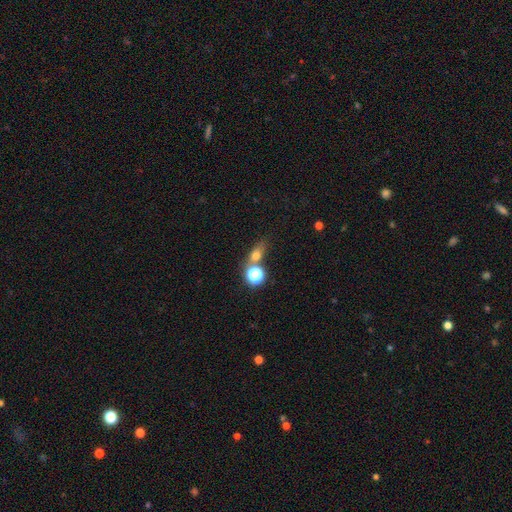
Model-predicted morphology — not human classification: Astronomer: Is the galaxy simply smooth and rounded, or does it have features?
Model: smooth — 65%.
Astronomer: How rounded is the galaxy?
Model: in between — 49% (runner-up: round, 43%).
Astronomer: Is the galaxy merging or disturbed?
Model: none — 55%.